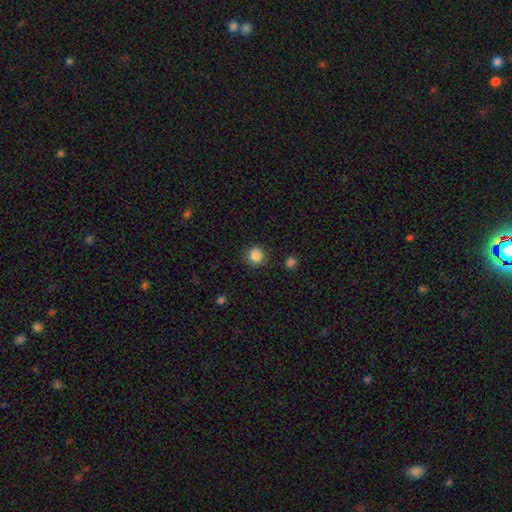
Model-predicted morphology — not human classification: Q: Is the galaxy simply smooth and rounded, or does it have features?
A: smooth — 86%.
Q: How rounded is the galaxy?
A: round — 86%.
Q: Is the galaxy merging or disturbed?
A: none — 85%.